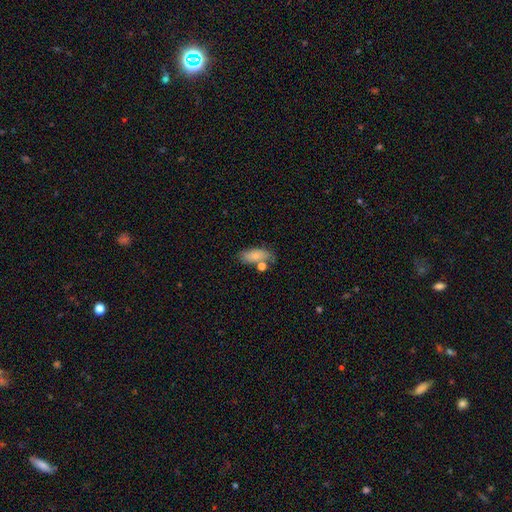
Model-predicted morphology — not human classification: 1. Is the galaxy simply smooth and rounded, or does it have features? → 81% smooth, 12% featured or disk, 8% star or artifact.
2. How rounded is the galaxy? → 85% in between, 11% cigar-shaped, 4% round.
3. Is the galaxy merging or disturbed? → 59% none, 18% minor disturbance, 17% merger, 6% major disturbance.